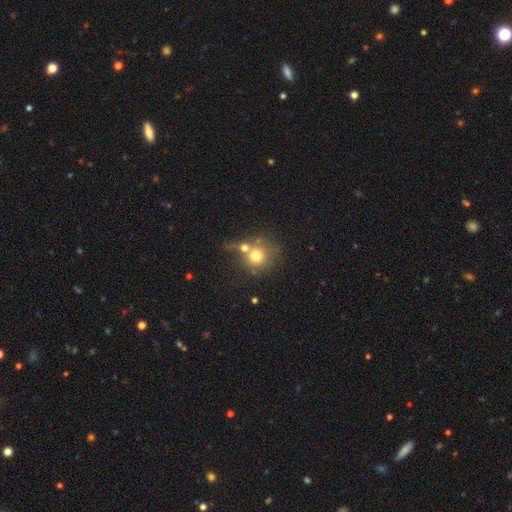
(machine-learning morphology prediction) A smooth galaxy with no disk features (71%) that is round (88%).

Vote fractions:
- Smooth or featured? smooth: 71% / featured or disk: 16% / star or artifact: 13%
- How rounded? round: 88% / in between: 11% / cigar-shaped: 1%
- Merging? none: 46% / merger: 37% / minor disturbance: 10% / major disturbance: 6%